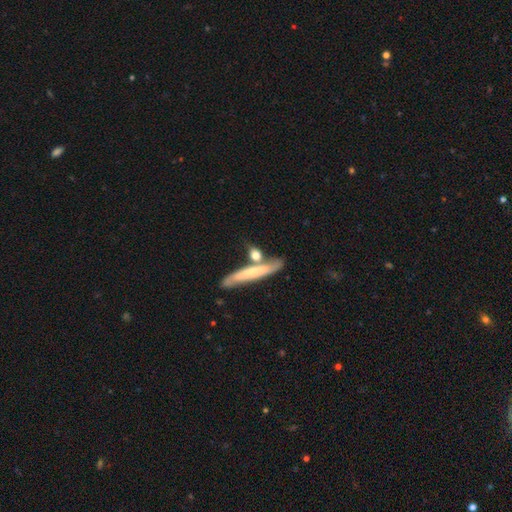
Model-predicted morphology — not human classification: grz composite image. It shows a smooth galaxy with no disk features (62%) that is cigar-shaped (59%). Merging: none (53%).